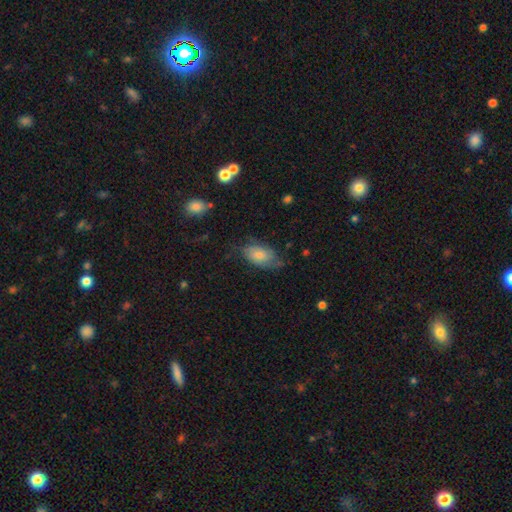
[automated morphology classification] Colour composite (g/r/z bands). It shows a featured or disk galaxy (44%). Merging: none (60%).